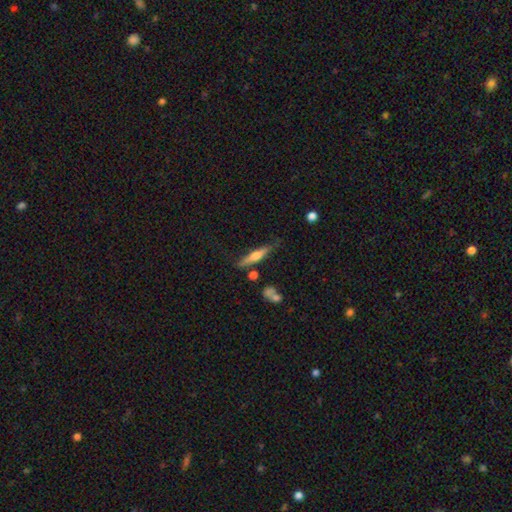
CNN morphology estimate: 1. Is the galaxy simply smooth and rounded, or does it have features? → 48% smooth, 45% featured or disk, 6% star or artifact.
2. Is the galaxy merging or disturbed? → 74% none, 16% minor disturbance, 6% merger, 4% major disturbance.